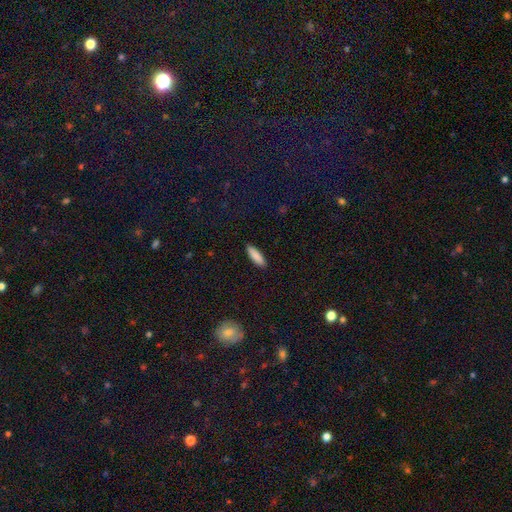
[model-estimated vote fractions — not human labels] smooth 88%, star or artifact 6%, featured or disk 6%. Down the decision tree: how rounded — cigar-shaped (65%); merging — none (91%).